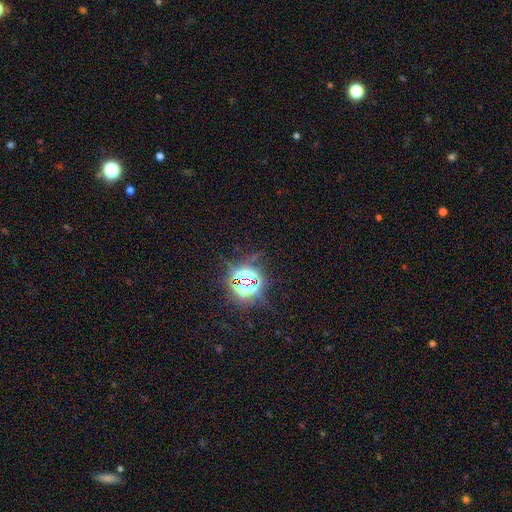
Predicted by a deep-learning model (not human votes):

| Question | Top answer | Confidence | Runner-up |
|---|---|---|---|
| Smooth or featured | star or artifact | 82% | smooth (10%) |